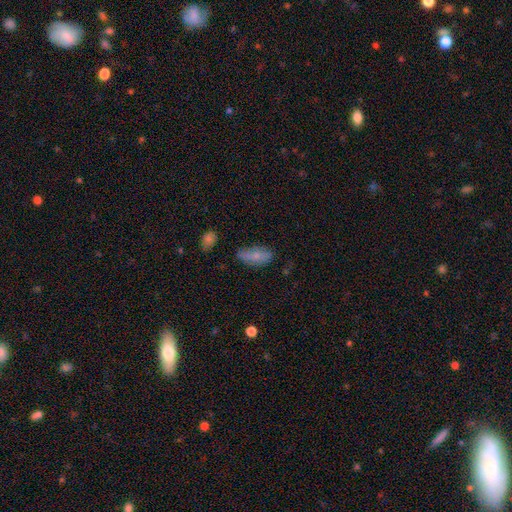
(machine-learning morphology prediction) Smooth or featured?
  - smooth: 74% *
  - featured or disk: 19%
  - star or artifact: 8%
How rounded?
  - in between: 87% *
  - cigar-shaped: 9%
  - round: 3%
Merging?
  - none: 68% *
  - minor disturbance: 24%
  - major disturbance: 6%
  - merger: 3%